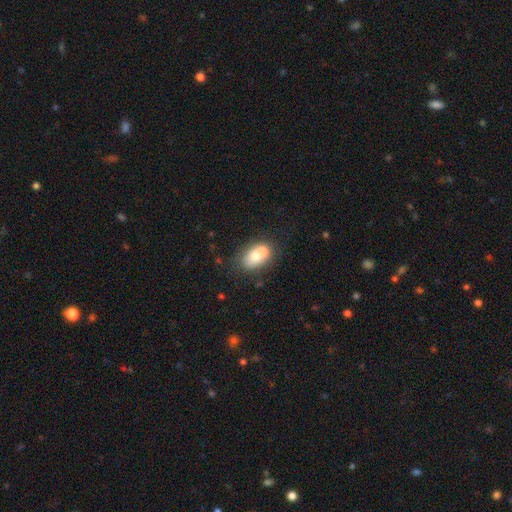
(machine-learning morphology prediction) This is likely a smooth galaxy (65%). How rounded: likely in between (68%). Merging: possibly merger (55%).